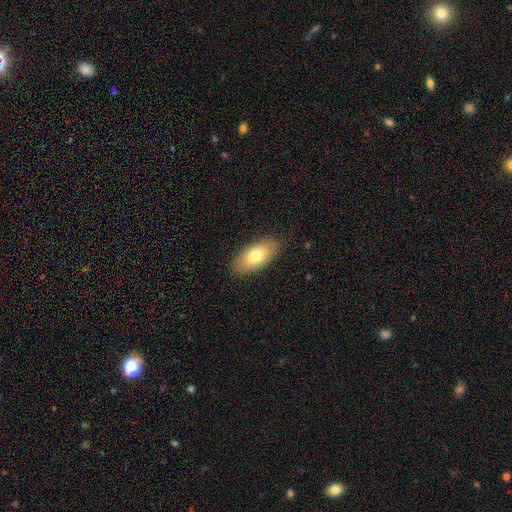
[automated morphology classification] Smooth or featured: smooth — 75% (featured or disk — 19%)
How rounded: in between — 90% (cigar-shaped — 7%)
Merging: none — 87% (minor disturbance — 10%)